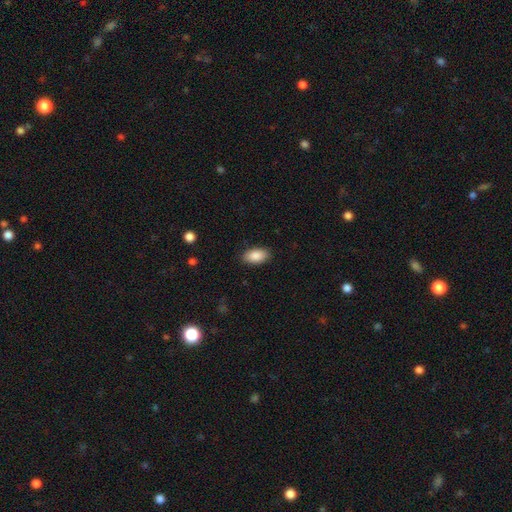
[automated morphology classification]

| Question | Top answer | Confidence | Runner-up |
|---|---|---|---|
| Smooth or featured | smooth | 88% | star or artifact (7%) |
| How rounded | in between | 94% | round (4%) |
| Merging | none | 87% | minor disturbance (9%) |